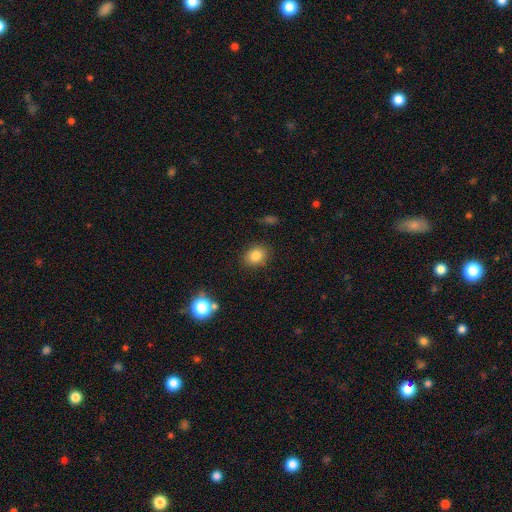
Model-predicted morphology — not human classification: Smooth or featured? smooth (82%)
How rounded? round (50%)
Merging? none (85%)